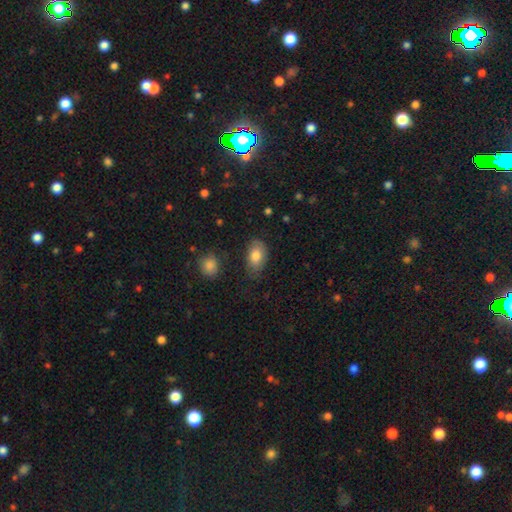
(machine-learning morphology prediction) A smooth galaxy with no disk features (79%) that is in between round and cigar-shaped (90%).

Vote fractions:
- Smooth or featured? smooth: 79% / featured or disk: 13% / star or artifact: 7%
- How rounded? in between: 90% / round: 8% / cigar-shaped: 2%
- Merging? none: 67% / minor disturbance: 25% / major disturbance: 6% / merger: 2%